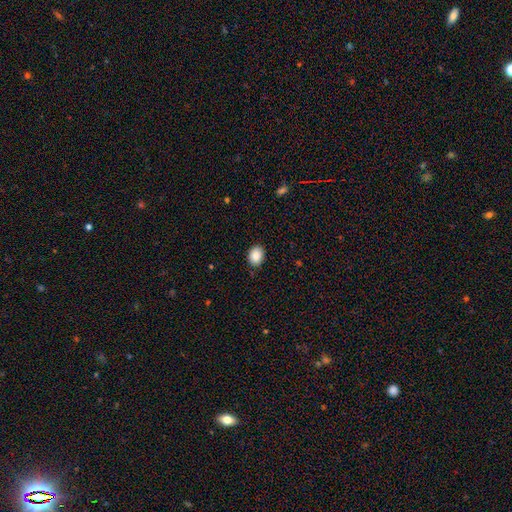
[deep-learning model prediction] smooth 89%, star or artifact 8%, featured or disk 3%. Down the decision tree: how rounded — in between (57%); merging — none (86%).